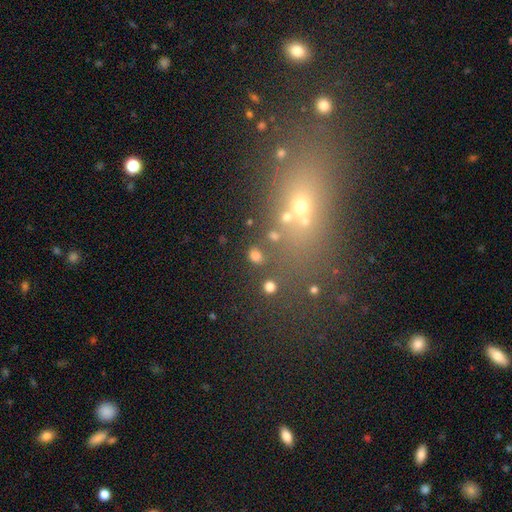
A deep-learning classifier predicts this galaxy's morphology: smooth-or-featured: smooth: 73% | star or artifact: 19% | featured or disk: 8%
  how-rounded: round: 56% | in between: 41% | cigar-shaped: 2%
  merging: none: 77% | minor disturbance: 9% | merger: 8% | major disturbance: 6%